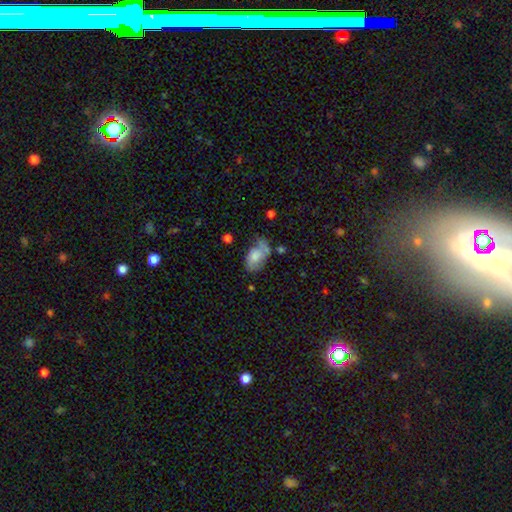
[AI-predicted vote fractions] Overall: smooth (59%; featured or disk 33%). How rounded: in between (92%). Merging: none (42%; minor disturbance 32%).